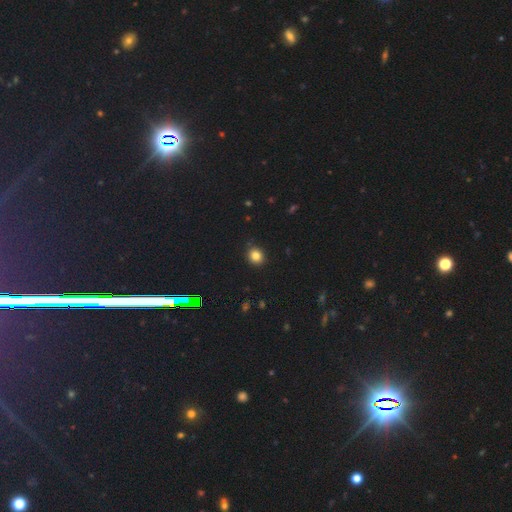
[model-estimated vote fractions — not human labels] Q: Smooth or featured?
A: smooth (83%); runner-up: star or artifact (12%)
Q: How rounded?
A: round (77%); runner-up: in between (22%)
Q: Merging?
A: none (88%); runner-up: minor disturbance (9%)